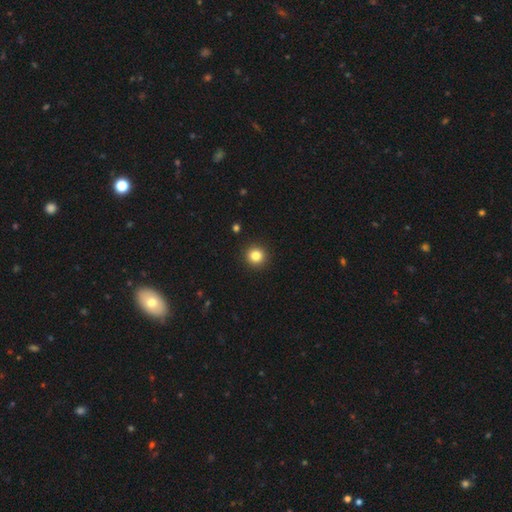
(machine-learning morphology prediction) The model was most divided on "smooth or featured": smooth: 83%, star or artifact: 11%, featured or disk: 5%. More confident: how rounded — round (94%); merging — none (93%).